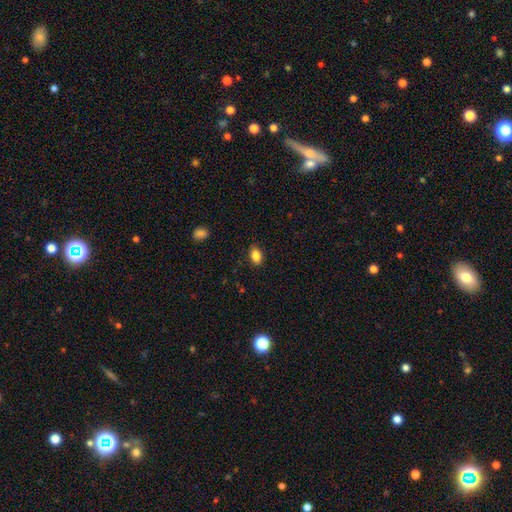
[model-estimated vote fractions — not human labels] Smooth or featured: smooth — 86% (star or artifact — 9%)
How rounded: in between — 85% (round — 13%)
Merging: none — 87% (minor disturbance — 10%)